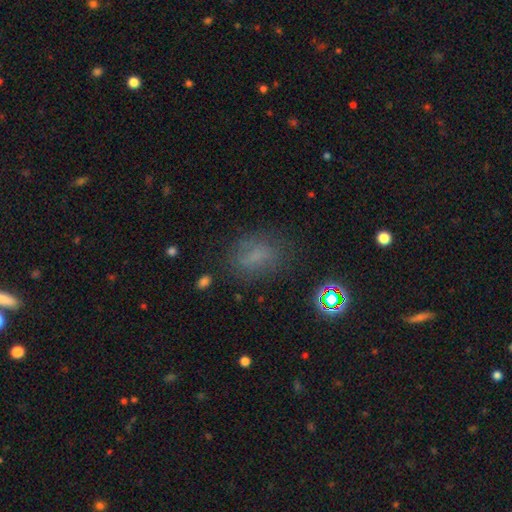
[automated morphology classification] smooth-or-featured: smooth: 60% | star or artifact: 24% | featured or disk: 17%
  how-rounded: in between: 72% | round: 23% | cigar-shaped: 6%
  merging: none: 68% | minor disturbance: 19% | major disturbance: 11% | merger: 3%